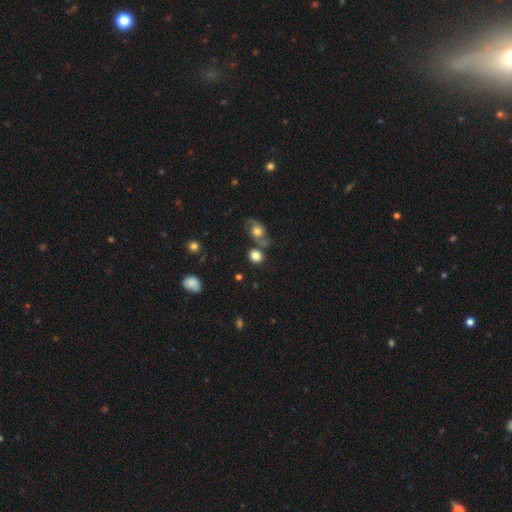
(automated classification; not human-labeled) smooth_or_featured: smooth (p=0.80) [alt: featured or disk p=0.11]
how_rounded: round (p=0.76) [alt: in between p=0.23]
merging: none (p=0.62) [alt: merger p=0.22]